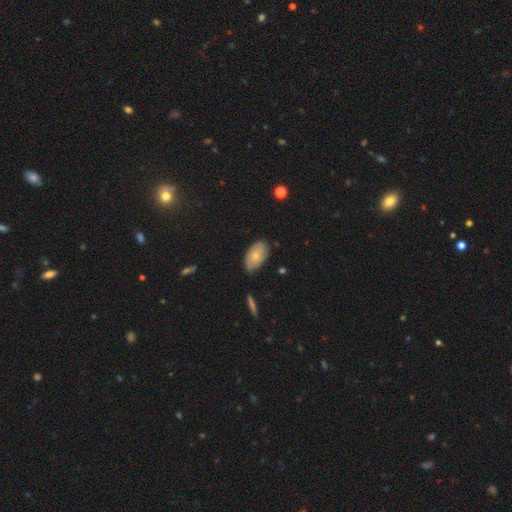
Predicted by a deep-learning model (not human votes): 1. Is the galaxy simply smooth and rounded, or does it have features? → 63% smooth, 30% featured or disk, 7% star or artifact.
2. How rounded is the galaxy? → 92% in between, 6% round, 2% cigar-shaped.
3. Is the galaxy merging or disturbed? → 70% none, 24% minor disturbance, 4% major disturbance, 2% merger.